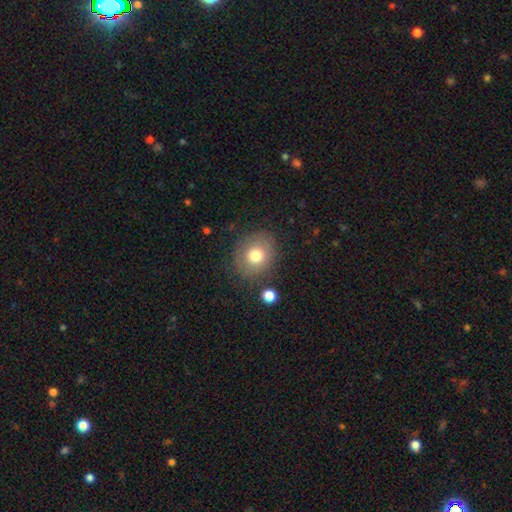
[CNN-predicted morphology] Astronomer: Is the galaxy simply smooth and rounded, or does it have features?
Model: smooth — 74%.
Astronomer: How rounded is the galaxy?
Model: round — 75%.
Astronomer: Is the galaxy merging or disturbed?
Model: none — 79%.